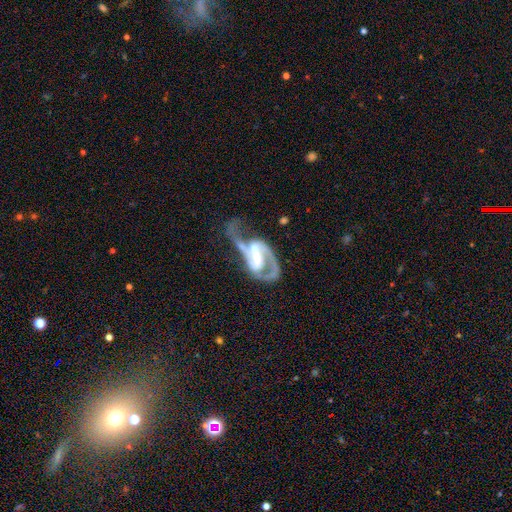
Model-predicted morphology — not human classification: Smooth or featured? featured or disk (88%)
Edge-on disk? no (97%)
Bar? strong (54%)
Spiral arms? yes (94%)
Spiral winding? medium (50%)
Spiral arm count? 2 (79%)
Bulge size? small (39%)
Merging? major disturbance (39%)